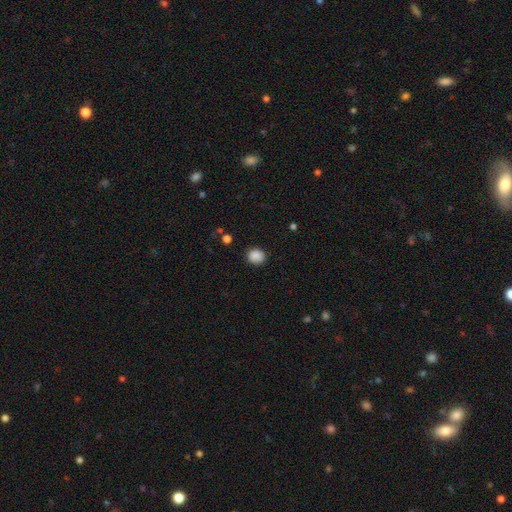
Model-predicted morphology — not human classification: Smooth or featured?
  - smooth: 88% *
  - star or artifact: 9%
  - featured or disk: 3%
How rounded?
  - round: 72% *
  - in between: 27%
  - cigar-shaped: 1%
Merging?
  - none: 88% *
  - minor disturbance: 8%
  - major disturbance: 2%
  - merger: 1%